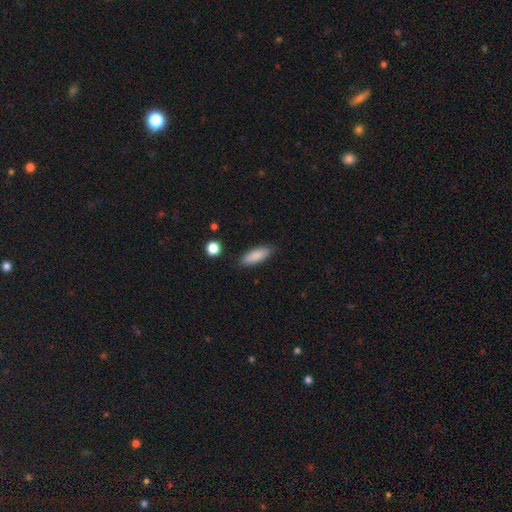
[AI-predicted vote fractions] Q: Smooth or featured?
A: smooth (86%); runner-up: featured or disk (7%)
Q: How rounded?
A: in between (58%); runner-up: cigar-shaped (40%)
Q: Merging?
A: none (85%); runner-up: minor disturbance (11%)